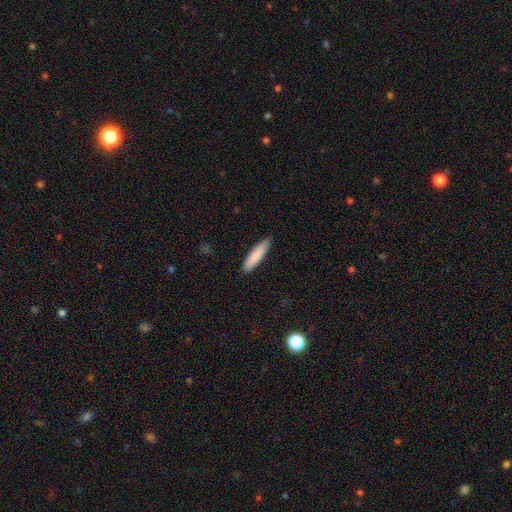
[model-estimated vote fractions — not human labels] Smooth or featured: smooth — 85% (featured or disk — 10%)
How rounded: cigar-shaped — 81% (in between — 18%)
Merging: none — 88% (minor disturbance — 9%)